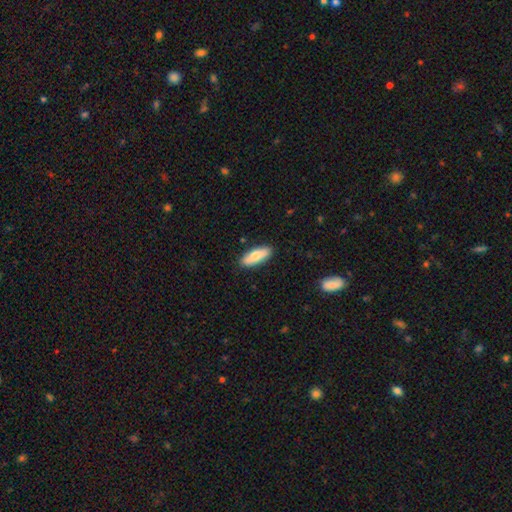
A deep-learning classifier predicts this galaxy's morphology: smooth 79%, featured or disk 16%, star or artifact 5%. Down the decision tree: how rounded — in between (64%); merging — none (88%).